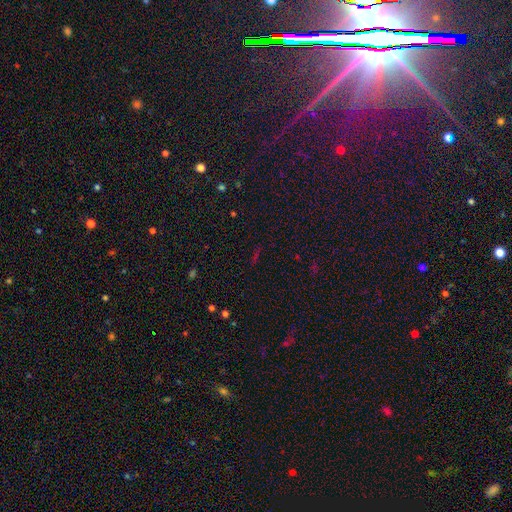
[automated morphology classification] Overall: star or artifact (65%).